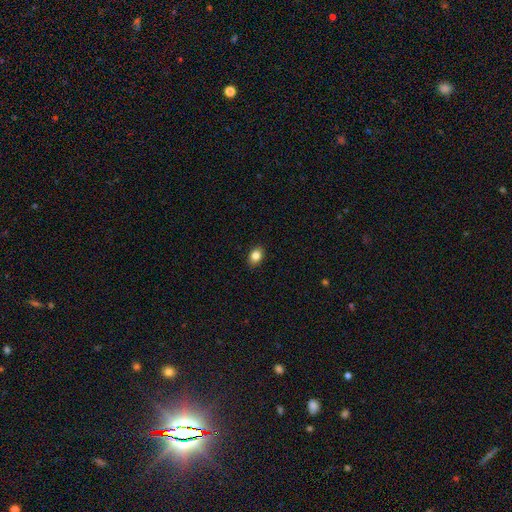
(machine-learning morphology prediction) Smooth or featured? smooth (85%)
How rounded? in between (76%)
Merging? none (90%)